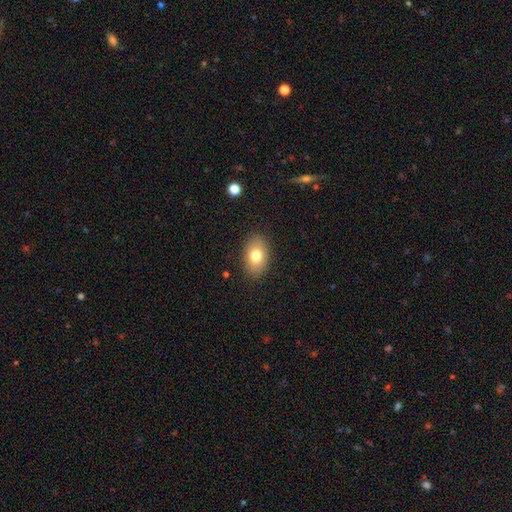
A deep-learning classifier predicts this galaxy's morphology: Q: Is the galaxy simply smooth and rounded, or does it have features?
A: smooth — 77%.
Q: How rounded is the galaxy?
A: in between — 86%.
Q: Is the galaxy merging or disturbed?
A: none — 88%.